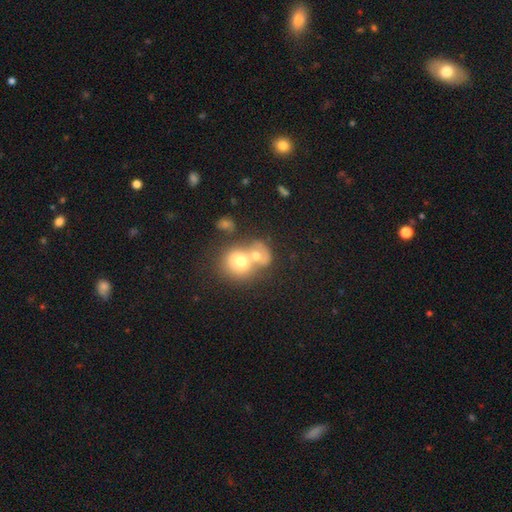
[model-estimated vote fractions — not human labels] This appears to be a smooth galaxy with no disk features (64%) that is round (67%). Merging: merger (71%).